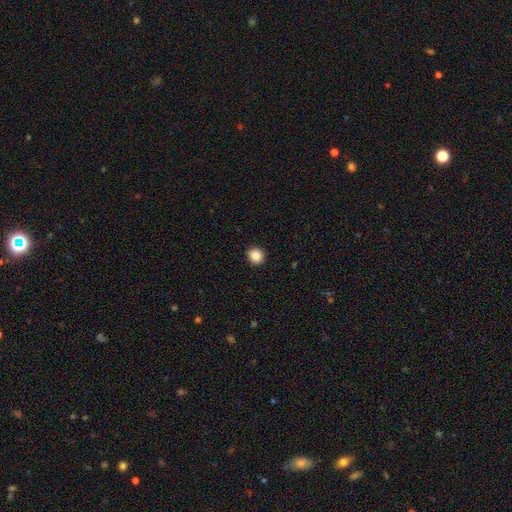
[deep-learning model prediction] Q: Smooth or featured?
A: smooth (87%); runner-up: star or artifact (10%)
Q: How rounded?
A: round (89%); runner-up: in between (10%)
Q: Merging?
A: none (92%); runner-up: minor disturbance (6%)